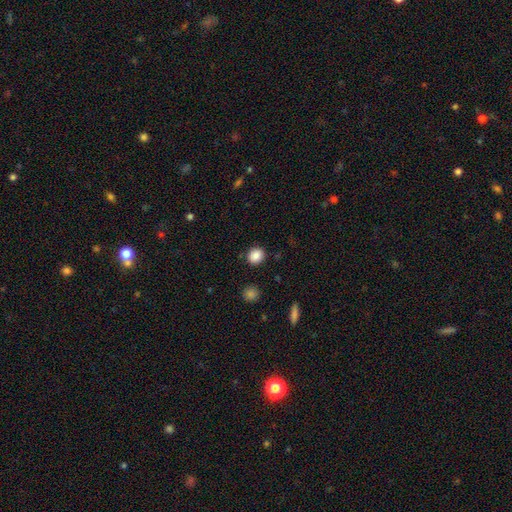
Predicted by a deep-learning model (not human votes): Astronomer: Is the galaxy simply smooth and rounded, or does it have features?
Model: smooth — 87%.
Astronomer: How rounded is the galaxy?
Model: round — 81%.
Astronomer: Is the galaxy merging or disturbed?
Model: none — 88%.